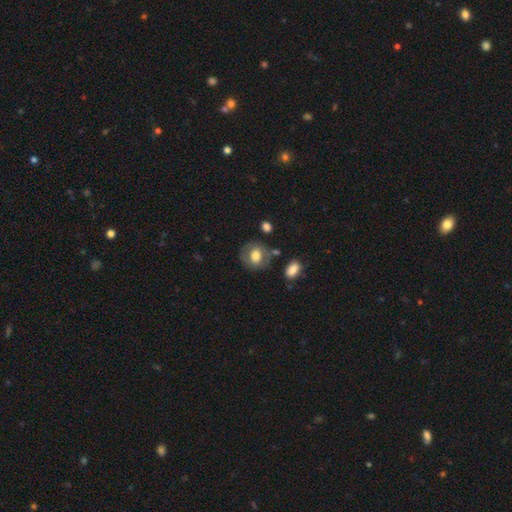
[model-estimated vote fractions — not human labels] smooth_or_featured: smooth (p=0.63) [alt: featured or disk p=0.30]
how_rounded: round (p=0.71) [alt: in between p=0.28]
merging: none (p=0.73) [alt: minor disturbance p=0.15]